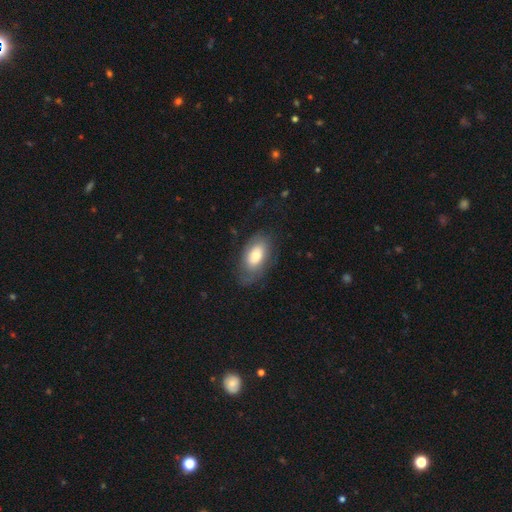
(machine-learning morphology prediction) smooth_or_featured: smooth (p=0.64) [alt: featured or disk p=0.29]
how_rounded: in between (p=0.93) [alt: round p=0.04]
merging: none (p=0.64) [alt: minor disturbance p=0.23]